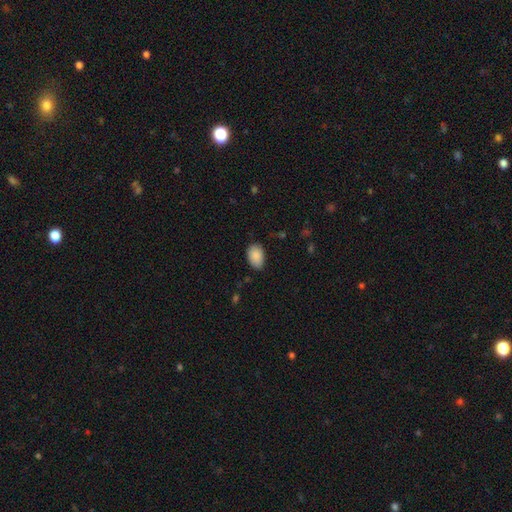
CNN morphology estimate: Smooth or featured: smooth — 89% (star or artifact — 7%)
How rounded: in between — 89% (round — 10%)
Merging: none — 77% (minor disturbance — 19%)